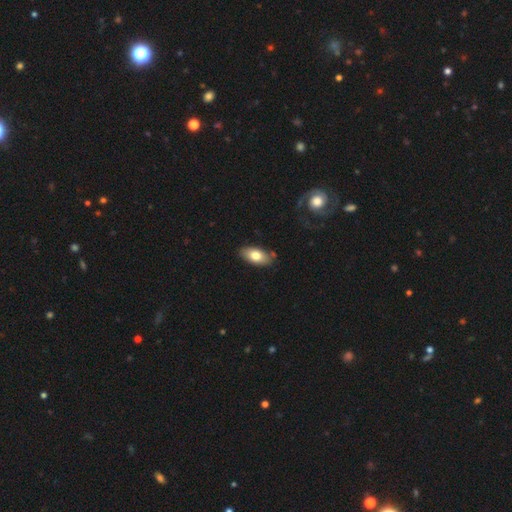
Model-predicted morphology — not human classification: Smooth or featured? Predicted: smooth (p=0.75). How rounded? Predicted: in between (p=0.91). Merging? Predicted: none (p=0.82).